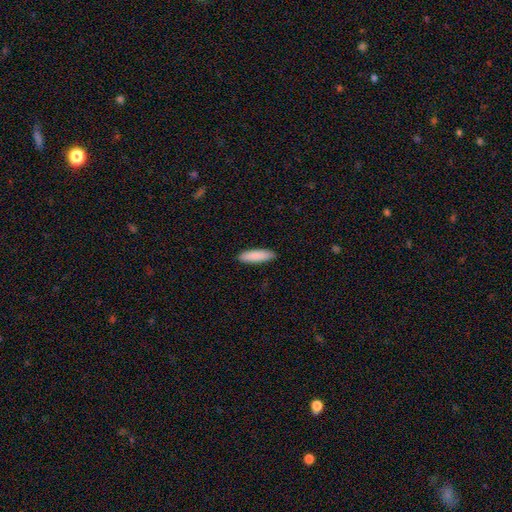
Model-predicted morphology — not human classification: A smooth galaxy with no disk features (89%) that is cigar-shaped (55%).

Vote fractions:
- Smooth or featured? smooth: 89% / featured or disk: 5% / star or artifact: 5%
- How rounded? cigar-shaped: 55% / in between: 44% / round: 1%
- Merging? none: 90% / minor disturbance: 8% / major disturbance: 1% / merger: 1%